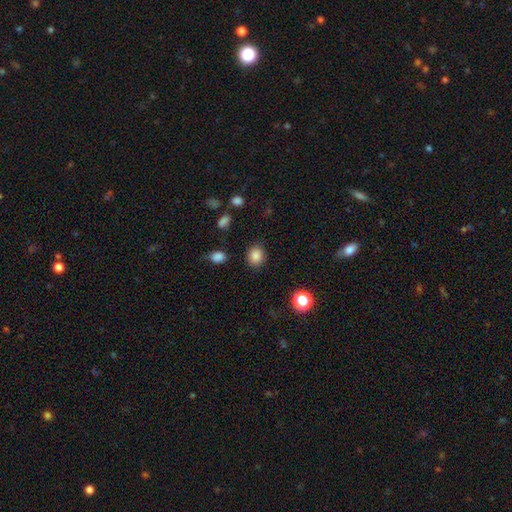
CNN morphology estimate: Smooth or featured?
  - smooth: 85% *
  - star or artifact: 11%
  - featured or disk: 4%
How rounded?
  - round: 71% *
  - in between: 28%
  - cigar-shaped: 1%
Merging?
  - none: 87% *
  - minor disturbance: 8%
  - major disturbance: 3%
  - merger: 2%